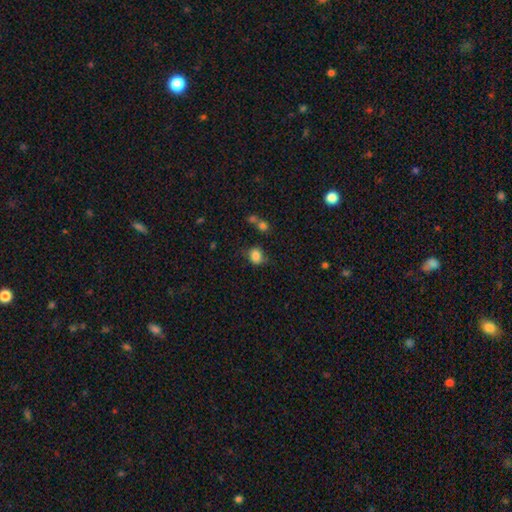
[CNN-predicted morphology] This is clearly a smooth galaxy (83%). How rounded: possibly round (58%). Merging: likely none (65%).